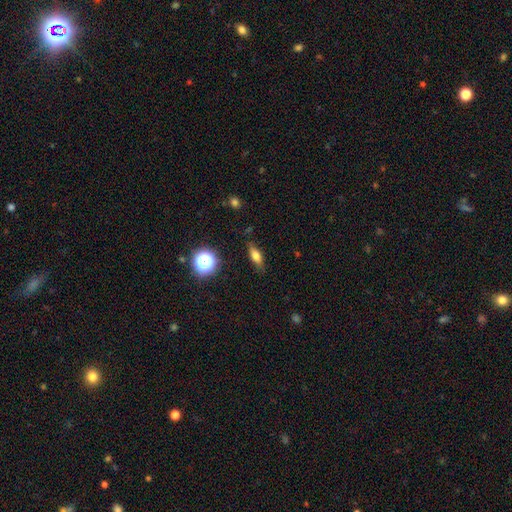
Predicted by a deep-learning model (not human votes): Overall: smooth (68%). How rounded: in between (60%; cigar-shaped 29%). Merging: none (82%).